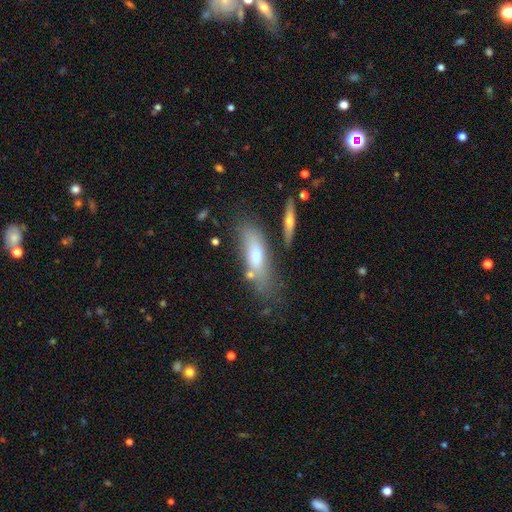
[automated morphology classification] The model was most divided on "how rounded": in between: 53%, cigar-shaped: 44%, round: 3%. More confident: merging — none (63%); smooth or featured — smooth (61%).